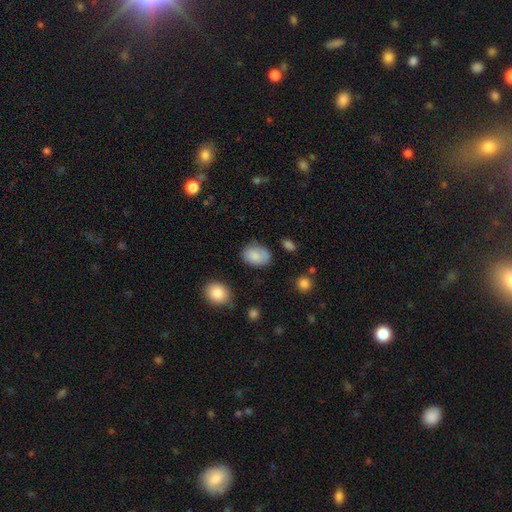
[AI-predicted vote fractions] Overall: smooth (83%). How rounded: in between (76%). Merging: none (69%).